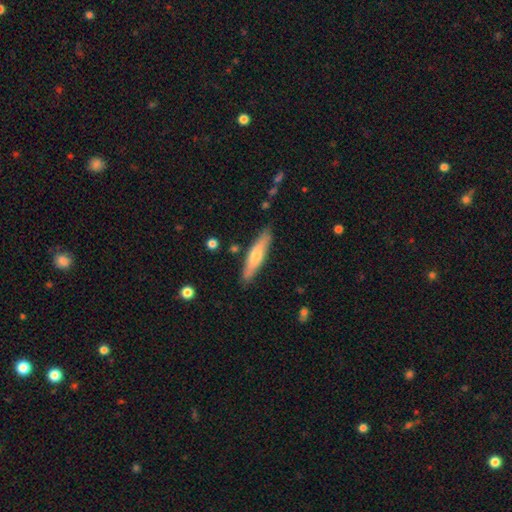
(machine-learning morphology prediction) Smooth or featured? smooth (59%)
How rounded? cigar-shaped (83%)
Merging? none (86%)